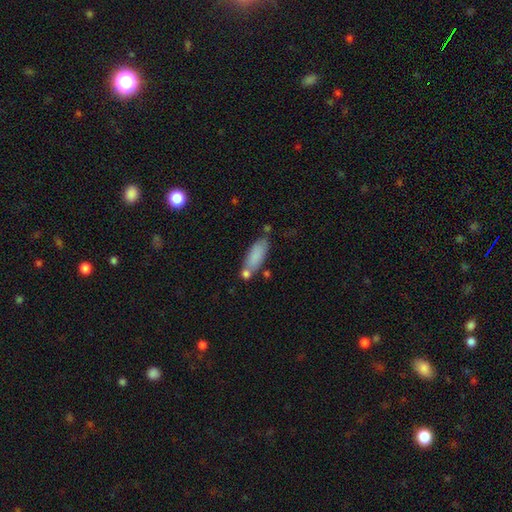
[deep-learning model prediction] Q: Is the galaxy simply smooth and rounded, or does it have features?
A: smooth — 82%.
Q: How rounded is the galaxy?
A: in between — 65%.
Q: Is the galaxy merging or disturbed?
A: none — 60%.